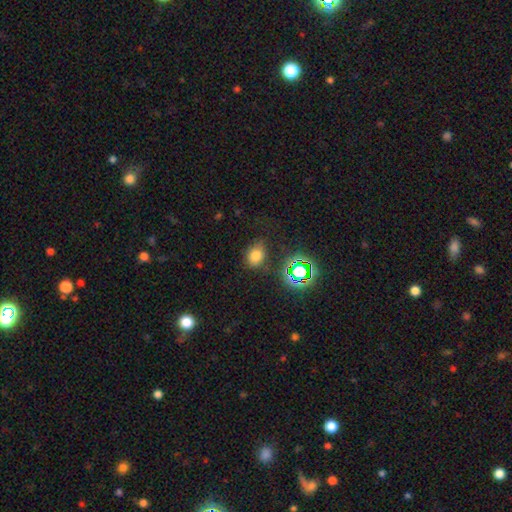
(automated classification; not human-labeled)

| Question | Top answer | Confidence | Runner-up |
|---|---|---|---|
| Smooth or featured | smooth | 69% | star or artifact (23%) |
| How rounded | in between | 54% | round (44%) |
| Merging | none | 72% | minor disturbance (18%) |